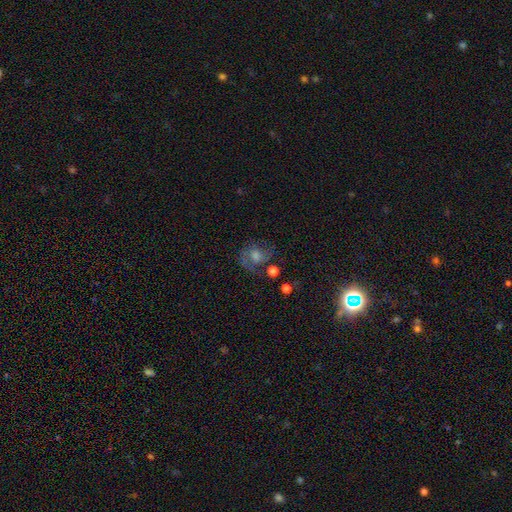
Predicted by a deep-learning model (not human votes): Smooth or featured: featured or disk — 56% (smooth — 22%)
Edge-on disk: no — 97% (yes — 3%)
Bar: no — 65% (weak — 29%)
Spiral arms: yes — 83% (no — 17%)
Bulge size: moderate — 52% (small — 21%)
Merging: none — 63% (minor disturbance — 17%)